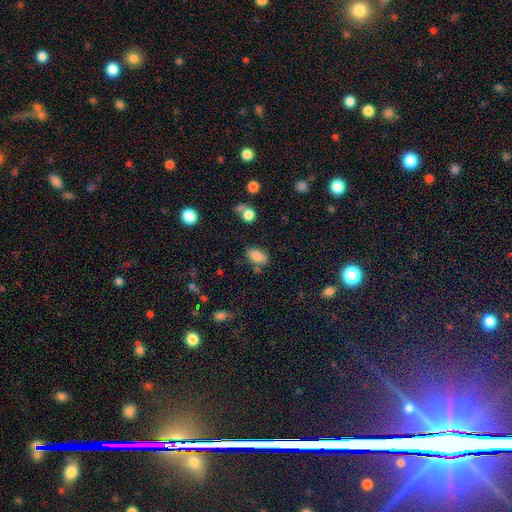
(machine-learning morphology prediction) Smooth or featured?
  - smooth: 84% *
  - star or artifact: 9%
  - featured or disk: 7%
How rounded?
  - in between: 90% *
  - round: 7%
  - cigar-shaped: 3%
Merging?
  - none: 69% *
  - minor disturbance: 17%
  - merger: 9%
  - major disturbance: 5%